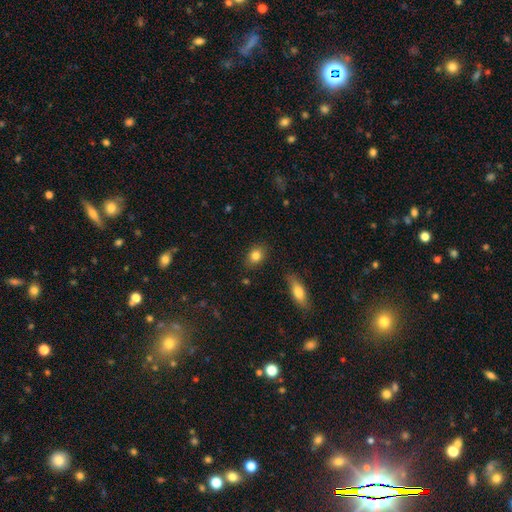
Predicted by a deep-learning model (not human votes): smooth-or-featured: smooth: 83% | star or artifact: 9% | featured or disk: 8%
  how-rounded: in between: 67% | round: 31% | cigar-shaped: 2%
  merging: none: 85% | minor disturbance: 11% | major disturbance: 2% | merger: 2%